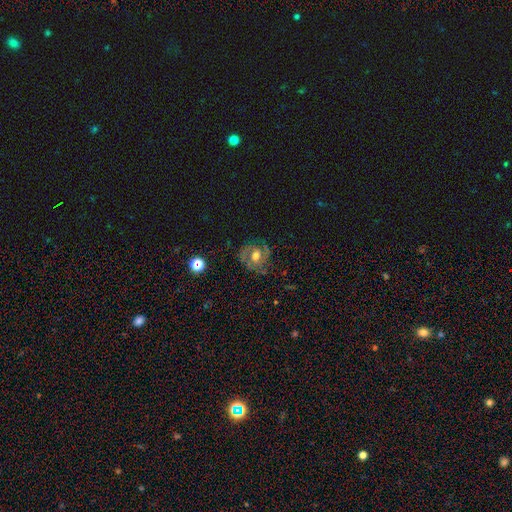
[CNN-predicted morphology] Smooth or featured? featured or disk (77%)
Edge-on disk? no (97%)
Bar? no (59%)
Spiral arms? yes (91%)
Spiral winding? tight (50%)
Spiral arm count? 2 (51%)
Bulge size? moderate (74%)
Merging? none (74%)